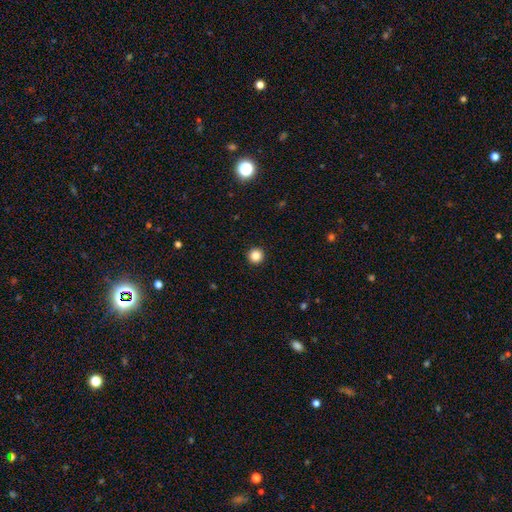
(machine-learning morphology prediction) Smooth or featured: smooth — 86% (star or artifact — 11%)
How rounded: round — 96% (in between — 3%)
Merging: none — 94% (minor disturbance — 4%)